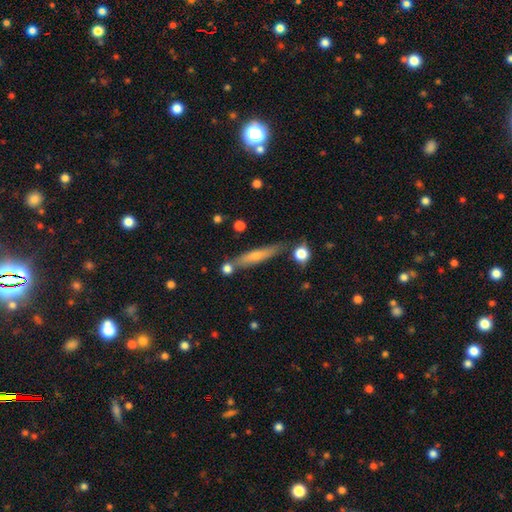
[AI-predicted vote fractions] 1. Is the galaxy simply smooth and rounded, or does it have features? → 48% smooth, 44% featured or disk, 7% star or artifact.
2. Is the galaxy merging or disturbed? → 78% none, 13% minor disturbance, 7% merger, 3% major disturbance.